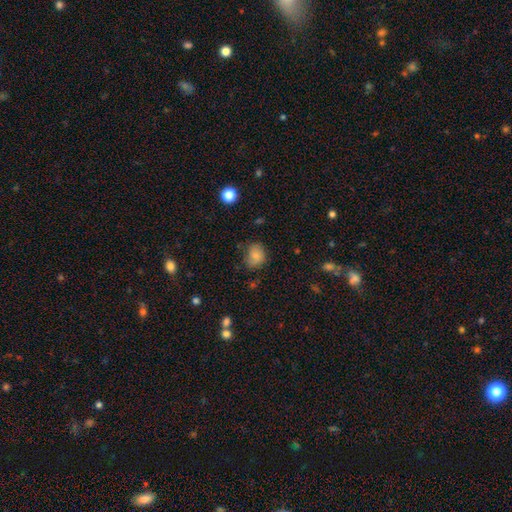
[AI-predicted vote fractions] Q: Smooth or featured?
A: smooth (80%); runner-up: star or artifact (10%)
Q: How rounded?
A: round (57%); runner-up: in between (43%)
Q: Merging?
A: none (66%); runner-up: minor disturbance (25%)